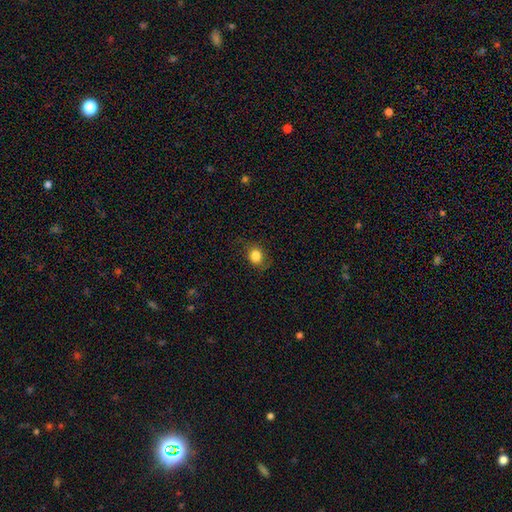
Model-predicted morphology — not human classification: Q: Smooth or featured?
A: smooth (83%); runner-up: star or artifact (10%)
Q: How rounded?
A: round (67%); runner-up: in between (32%)
Q: Merging?
A: none (77%); runner-up: minor disturbance (16%)